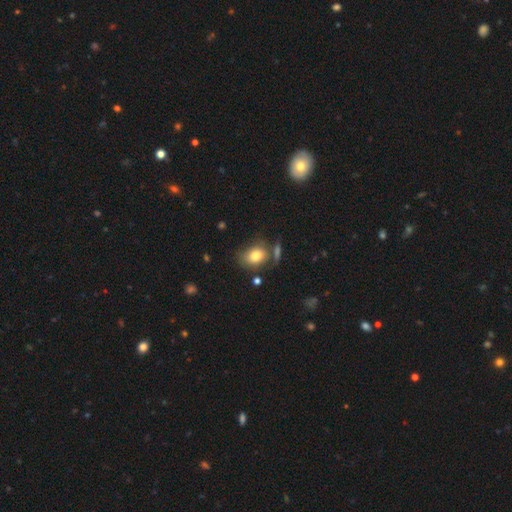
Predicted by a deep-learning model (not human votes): A smooth galaxy with no disk features (80%) that is in between round and cigar-shaped (67%). Merging: none (62%).